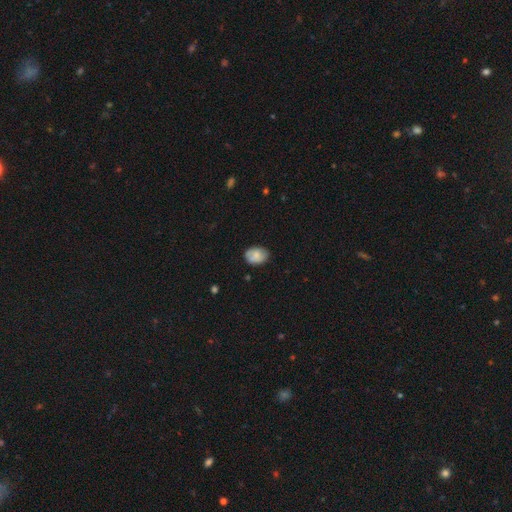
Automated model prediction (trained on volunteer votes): This is likely a smooth galaxy (72%). How rounded: likely in between (75%). Merging: likely none (72%).